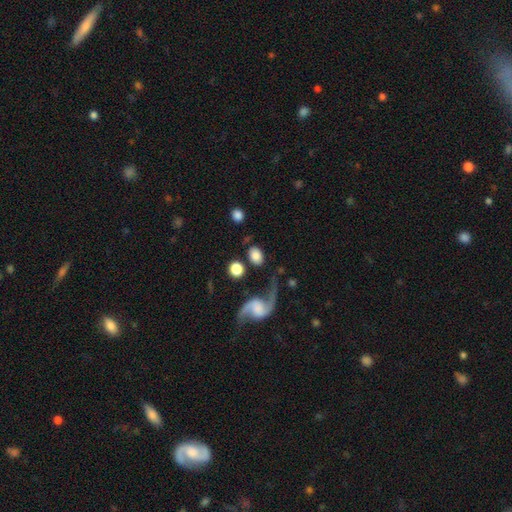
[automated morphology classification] smooth 70%, featured or disk 22%, star or artifact 8%. Down the decision tree: how rounded — in between (71%); merging — none (71%).